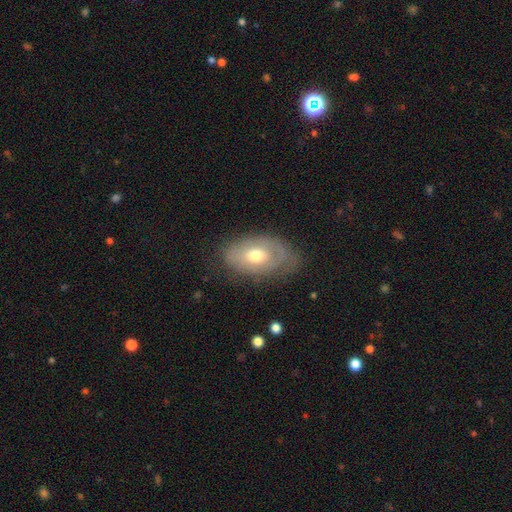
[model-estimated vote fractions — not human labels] This is possibly a smooth galaxy (47%). Merging: likely none (61%).